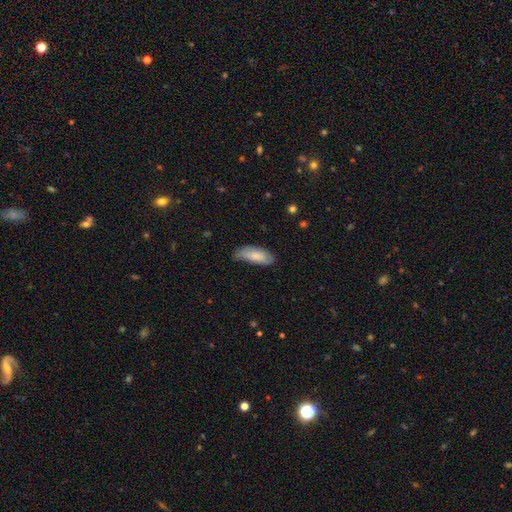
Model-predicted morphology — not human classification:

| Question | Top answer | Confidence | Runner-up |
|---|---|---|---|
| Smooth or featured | smooth | 81% | featured or disk (14%) |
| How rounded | in between | 78% | cigar-shaped (21%) |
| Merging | none | 68% | minor disturbance (26%) |